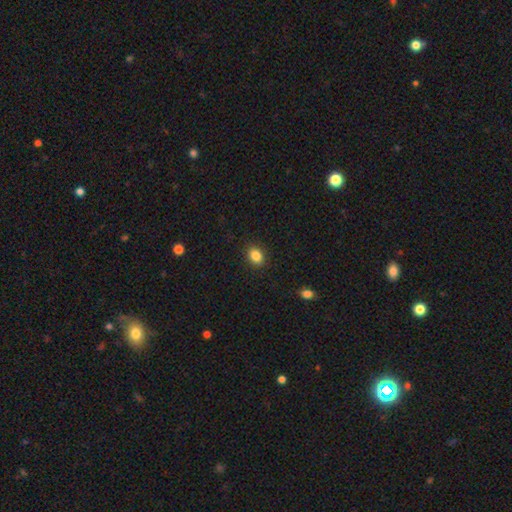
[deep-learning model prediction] The model was most divided on "how rounded": in between: 63%, round: 36%, cigar-shaped: 1%. More confident: merging — none (89%); smooth or featured — smooth (86%).